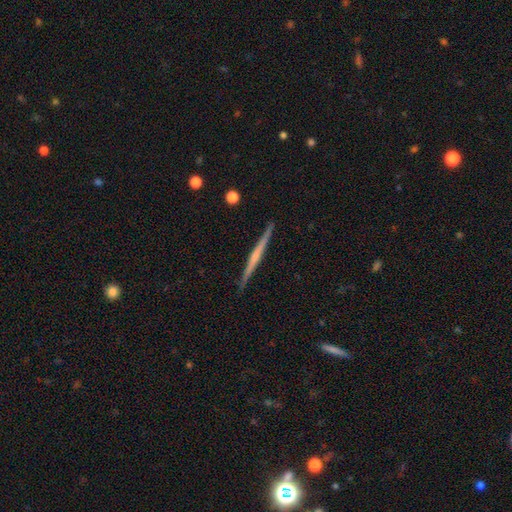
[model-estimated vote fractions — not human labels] Overall: featured or disk (67%; smooth 28%). Edge-on disk: yes (98%). Edge-on bulge: none (58%; rounded 30%). Merging: none (92%).